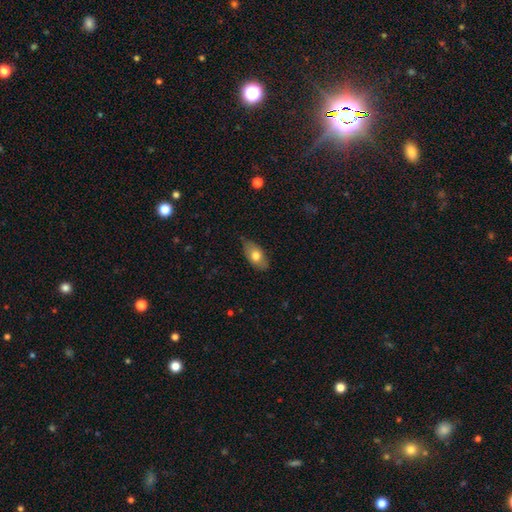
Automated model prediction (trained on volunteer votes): Smooth or featured: smooth — 72% (featured or disk — 21%)
How rounded: in between — 91% (round — 6%)
Merging: none — 76% (minor disturbance — 19%)